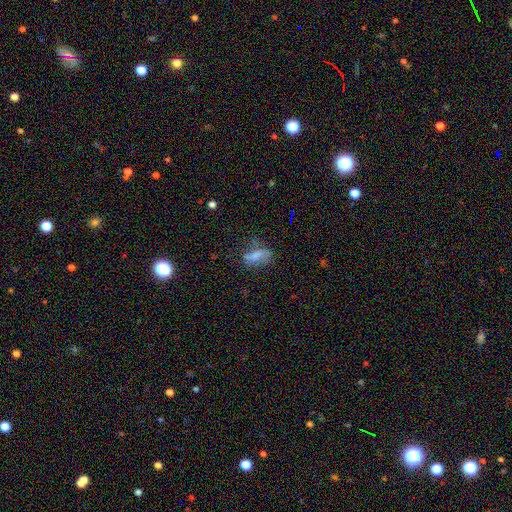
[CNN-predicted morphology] Overall: smooth (64%). How rounded: in between (81%). Merging: none (47%; minor disturbance 27%).